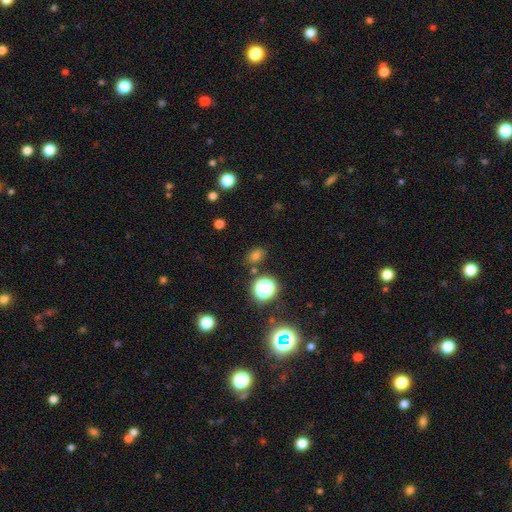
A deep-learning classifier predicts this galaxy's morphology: smooth-or-featured: smooth: 70% | star or artifact: 23% | featured or disk: 7%
  how-rounded: in between: 63% | round: 36% | cigar-shaped: 2%
  merging: none: 80% | minor disturbance: 12% | merger: 5% | major disturbance: 4%